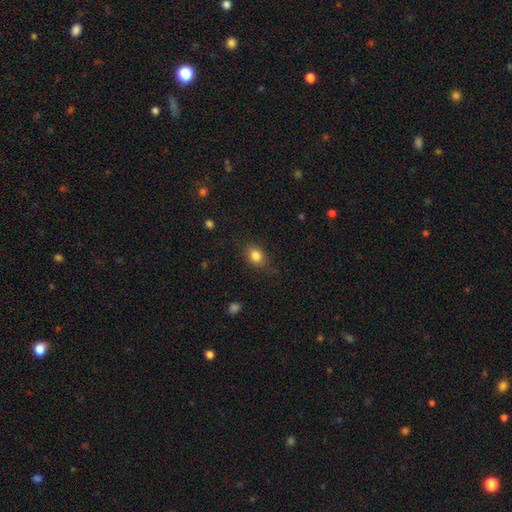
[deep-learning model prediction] A smooth galaxy with no disk features (84%) that is round (50%). Merging: none (80%).